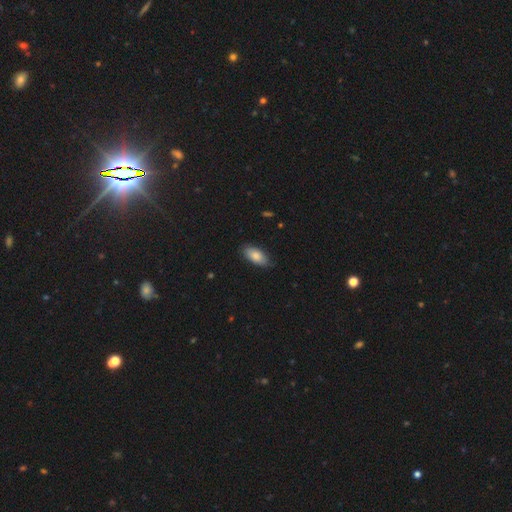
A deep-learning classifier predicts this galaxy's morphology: smooth_or_featured: smooth (p=0.82) [alt: featured or disk p=0.12]
how_rounded: in between (p=0.92) [alt: cigar-shaped p=0.06]
merging: none (p=0.80) [alt: minor disturbance p=0.16]